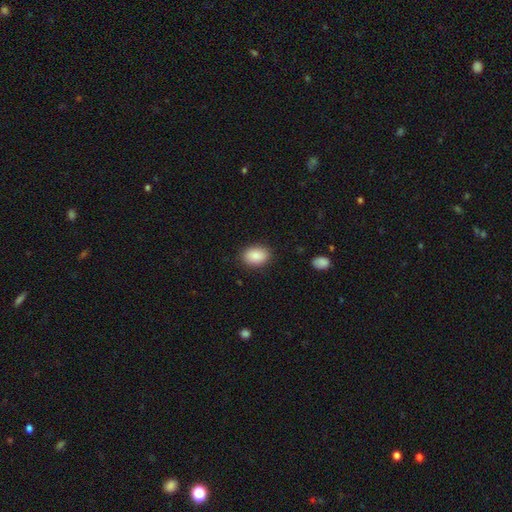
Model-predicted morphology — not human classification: Smooth or featured? smooth (89%)
How rounded? in between (82%)
Merging? none (88%)